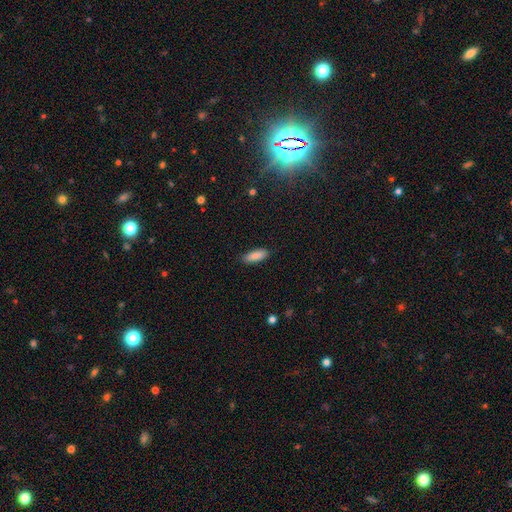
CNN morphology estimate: smooth-or-featured: smooth: 87% | star or artifact: 7% | featured or disk: 6%
  how-rounded: in between: 72% | cigar-shaped: 26% | round: 2%
  merging: none: 88% | minor disturbance: 9% | major disturbance: 2% | merger: 1%